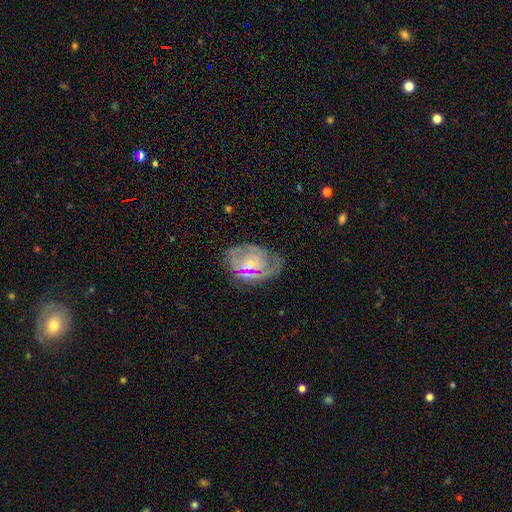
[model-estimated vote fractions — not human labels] Q: Smooth or featured?
A: featured or disk (73%); runner-up: smooth (17%)
Q: Edge-on disk?
A: no (97%); runner-up: yes (3%)
Q: Bar?
A: no (59%); runner-up: weak (33%)
Q: Spiral arms?
A: yes (84%); runner-up: no (16%)
Q: Spiral winding?
A: tight (52%); runner-up: medium (36%)
Q: Spiral arm count?
A: 2 (40%); runner-up: can't tell (30%)
Q: Bulge size?
A: small (53%); runner-up: moderate (34%)
Q: Merging?
A: none (60%); runner-up: minor disturbance (22%)